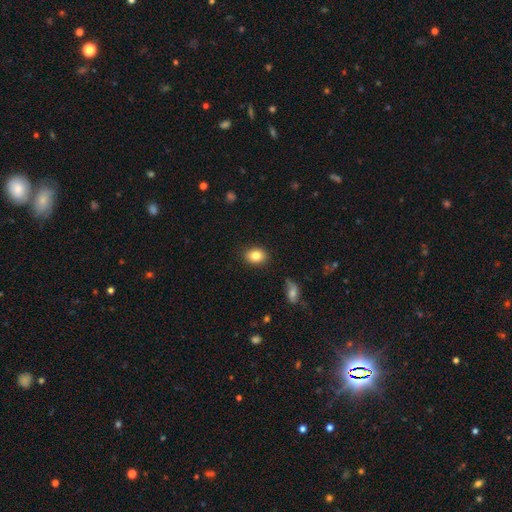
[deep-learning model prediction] Q: Smooth or featured?
A: smooth (83%); runner-up: star or artifact (9%)
Q: How rounded?
A: in between (64%); runner-up: round (35%)
Q: Merging?
A: none (87%); runner-up: minor disturbance (9%)